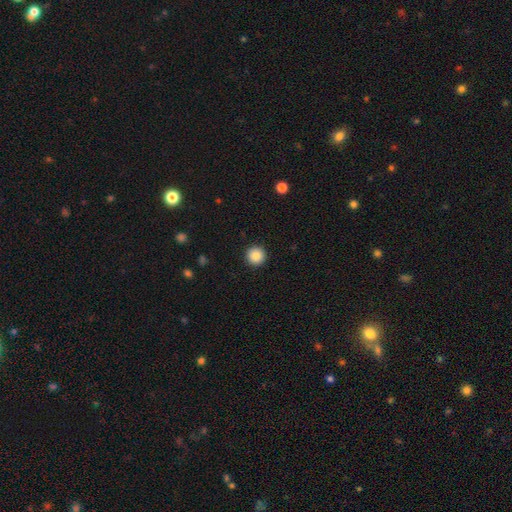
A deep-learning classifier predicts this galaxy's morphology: smooth_or_featured: smooth (p=0.87) [alt: star or artifact p=0.09]
how_rounded: round (p=0.96) [alt: in between p=0.03]
merging: none (p=0.93) [alt: minor disturbance p=0.04]